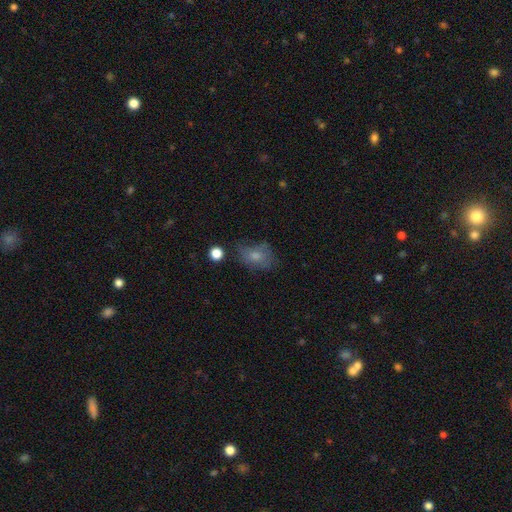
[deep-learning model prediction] smooth-or-featured: smooth: 67% | featured or disk: 23% | star or artifact: 11%
  how-rounded: in between: 71% | round: 27% | cigar-shaped: 1%
  merging: none: 45% | minor disturbance: 30% | major disturbance: 21% | merger: 4%